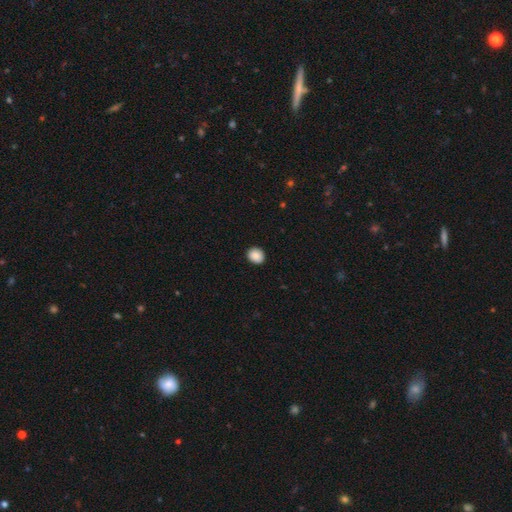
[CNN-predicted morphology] This is clearly a smooth galaxy (89%). How rounded: likely round (69%). Merging: clearly none (91%).